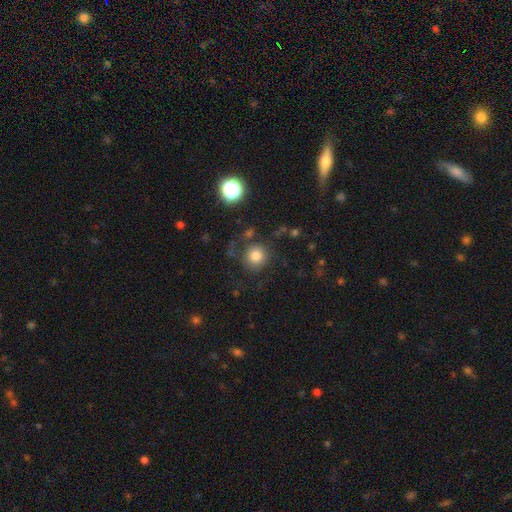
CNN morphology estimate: Overall: smooth (77%). How rounded: round (91%). Merging: none (72%).